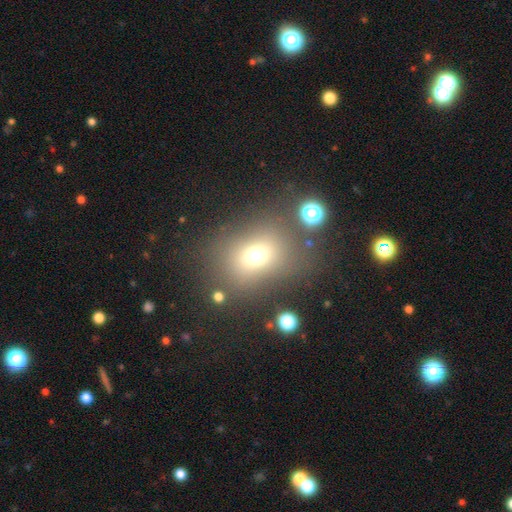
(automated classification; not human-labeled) This appears to be a smooth galaxy with no disk features (67%) that is round (50%). Merging: none (70%).